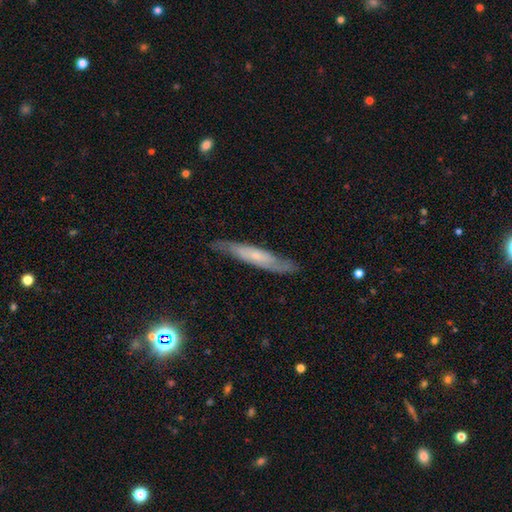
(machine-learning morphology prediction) This appears to be a featured or disk galaxy (60%) viewed edge-on (57%). Merging: none (79%).